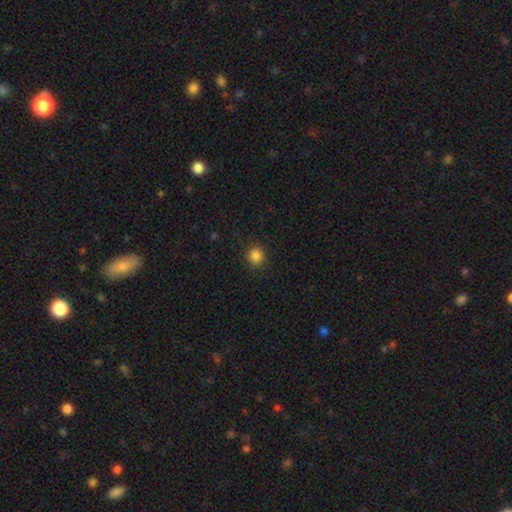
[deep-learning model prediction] This appears to be a smooth galaxy with no disk features (85%) that is round (89%). Merging: none (91%).